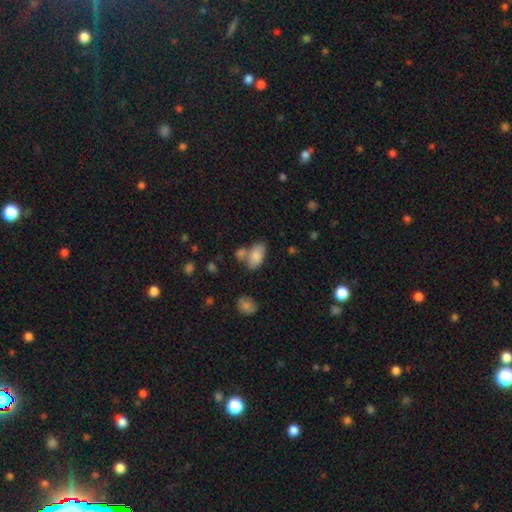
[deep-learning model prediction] Smooth or featured?
  - smooth: 83% *
  - featured or disk: 9%
  - star or artifact: 8%
How rounded?
  - in between: 92% *
  - round: 5%
  - cigar-shaped: 2%
Merging?
  - none: 49% *
  - merger: 29%
  - minor disturbance: 16%
  - major disturbance: 6%